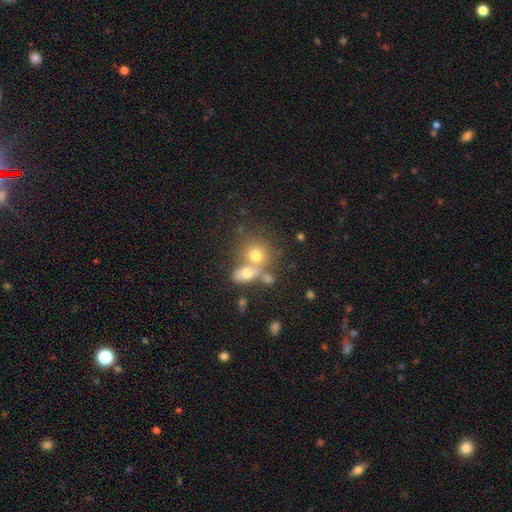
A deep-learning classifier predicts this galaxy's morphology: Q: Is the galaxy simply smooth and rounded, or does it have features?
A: smooth — 71%.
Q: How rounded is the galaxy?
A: round — 65%.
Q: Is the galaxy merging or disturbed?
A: merger — 49%.